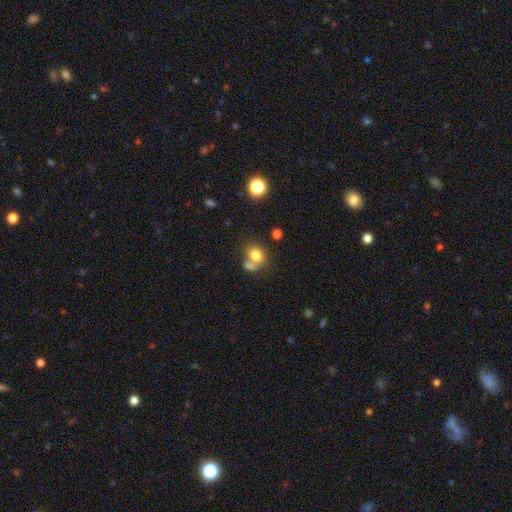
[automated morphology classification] Overall: smooth (78%). How rounded: round (61%; in between 38%). Merging: none (44%; merger 38%).